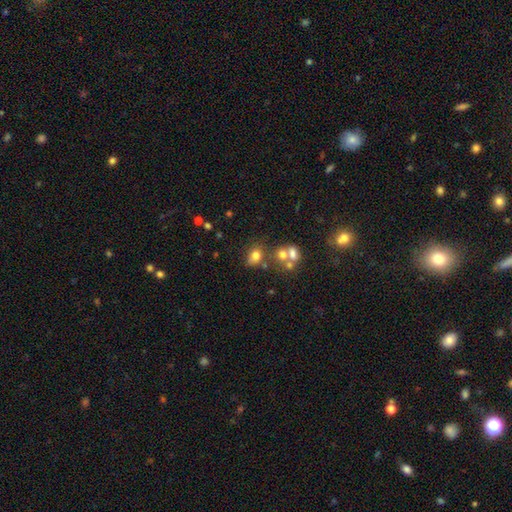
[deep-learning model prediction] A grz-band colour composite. It shows a smooth galaxy with no disk features (71%) that is in between round and cigar-shaped (50%). Merging: none (55%).